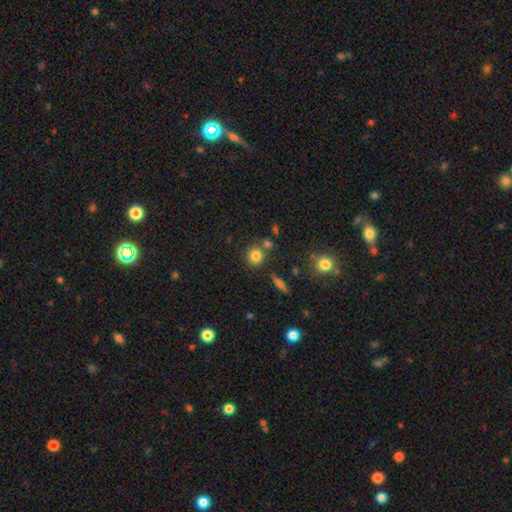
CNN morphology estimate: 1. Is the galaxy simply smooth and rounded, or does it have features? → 80% smooth, 11% star or artifact, 9% featured or disk.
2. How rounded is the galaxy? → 83% round, 15% in between, 1% cigar-shaped.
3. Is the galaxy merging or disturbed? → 71% none, 14% merger, 11% minor disturbance, 4% major disturbance.